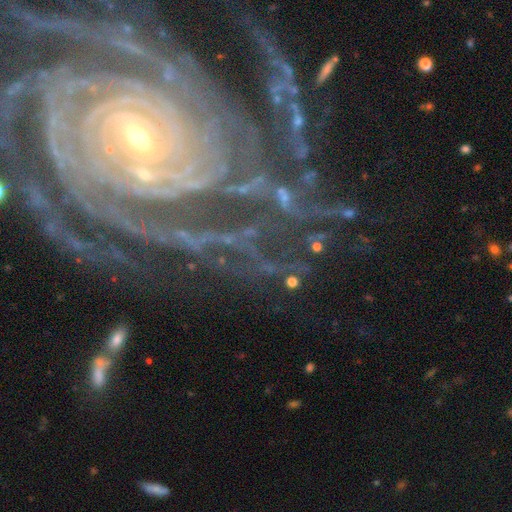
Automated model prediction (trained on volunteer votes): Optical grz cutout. It shows a featured or disk galaxy (89%) with no bar (36%), more than 4 (29%) tight (83%) spiral arms (98%) and a small central bulge (81%). Merging: none (73%).